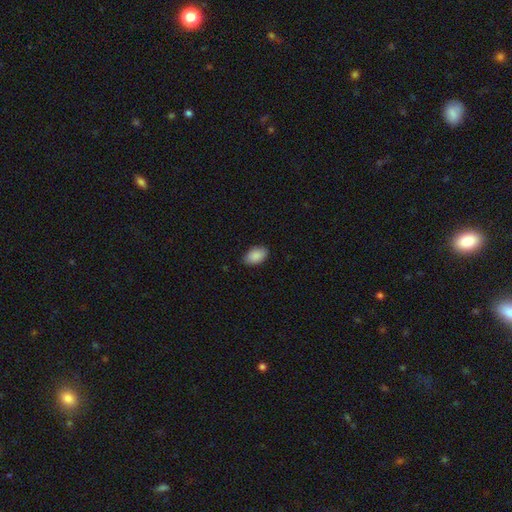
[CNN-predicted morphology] Overall: smooth (90%). How rounded: in between (93%). Merging: none (86%).